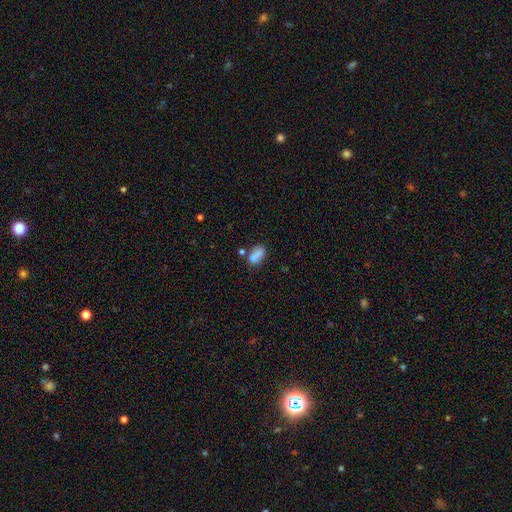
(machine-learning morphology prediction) type=smooth (82%); roundness=in between (85%); merging=none (55%).